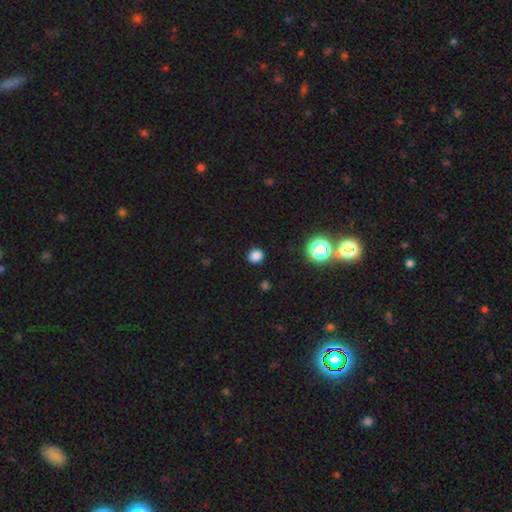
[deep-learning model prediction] A smooth galaxy with no disk features (81%) that is round (86%). Merging: none (90%).